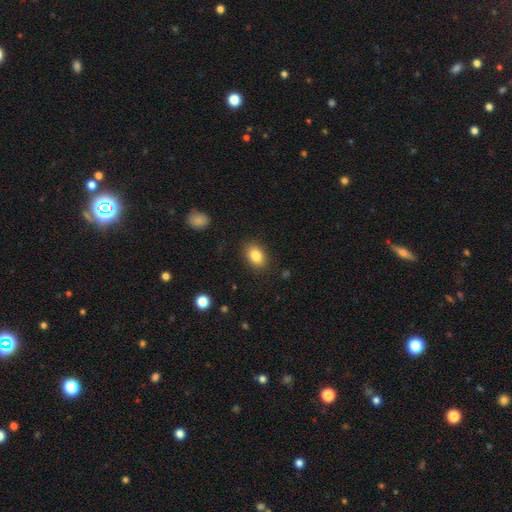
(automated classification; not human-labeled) Q: Smooth or featured?
A: smooth (84%); runner-up: star or artifact (9%)
Q: How rounded?
A: in between (78%); runner-up: round (20%)
Q: Merging?
A: none (86%); runner-up: minor disturbance (10%)